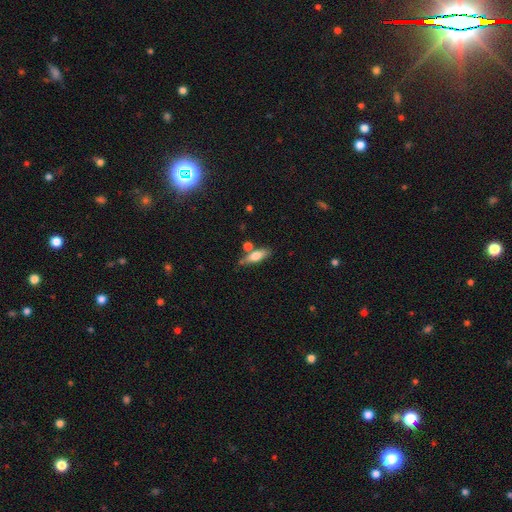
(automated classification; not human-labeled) This appears to be a smooth galaxy with no disk features (65%) that is in between round and cigar-shaped (53%). Merging: none (67%).